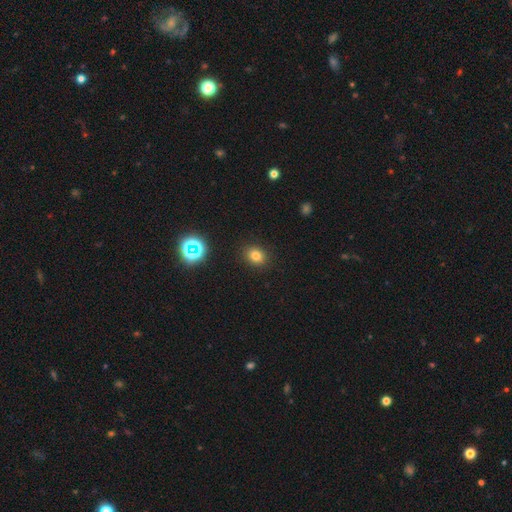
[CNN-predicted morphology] This appears to be a smooth galaxy with no disk features (76%) that is round (60%). Merging: none (89%).